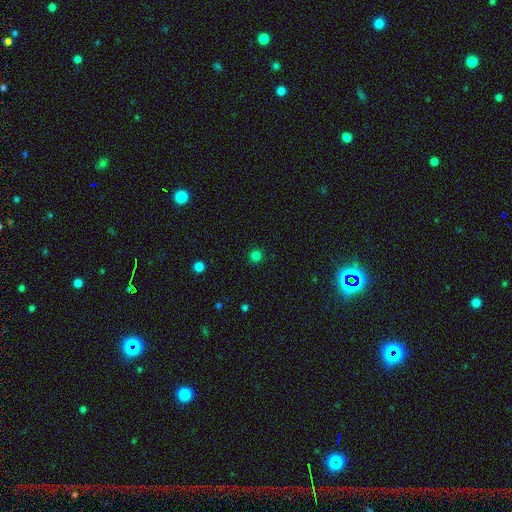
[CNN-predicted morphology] The model was most divided on "smooth or featured": smooth: 80%, star or artifact: 17%, featured or disk: 3%. More confident: how rounded — round (96%); merging — none (92%).